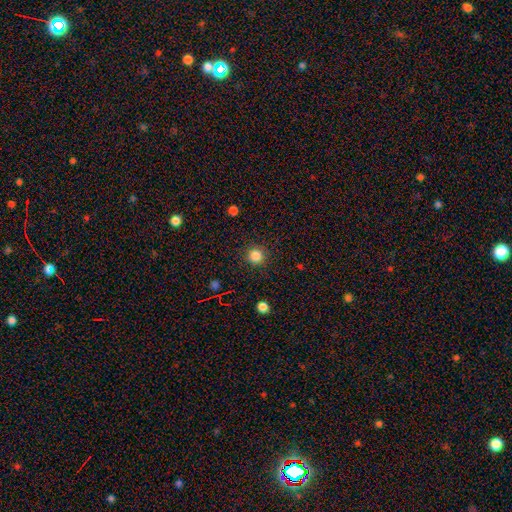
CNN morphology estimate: Smooth or featured: smooth — 84% (star or artifact — 12%)
How rounded: round — 95% (in between — 4%)
Merging: none — 90% (minor disturbance — 6%)